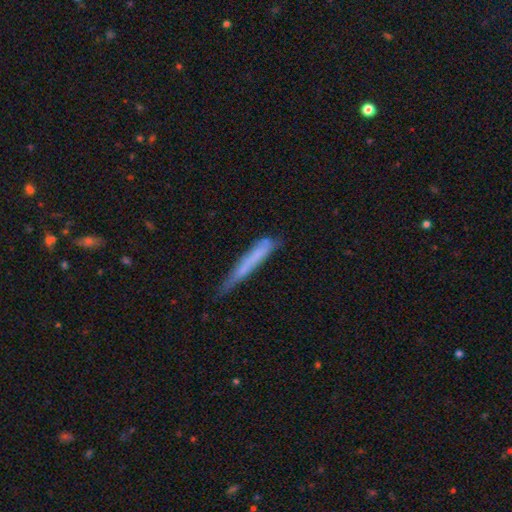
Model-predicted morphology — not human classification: Smooth or featured? Predicted: smooth (p=0.61). How rounded? Predicted: cigar-shaped (p=0.95). Merging? Predicted: none (p=0.56).